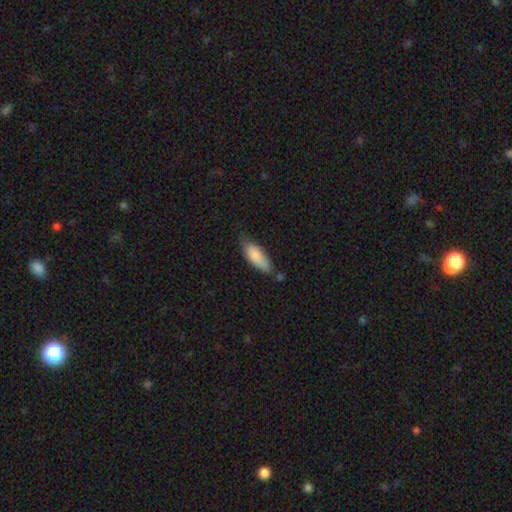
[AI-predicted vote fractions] smooth_or_featured: smooth (p=0.84) [alt: featured or disk p=0.10]
how_rounded: in between (p=0.71) [alt: cigar-shaped p=0.28]
merging: none (p=0.56) [alt: minor disturbance p=0.33]